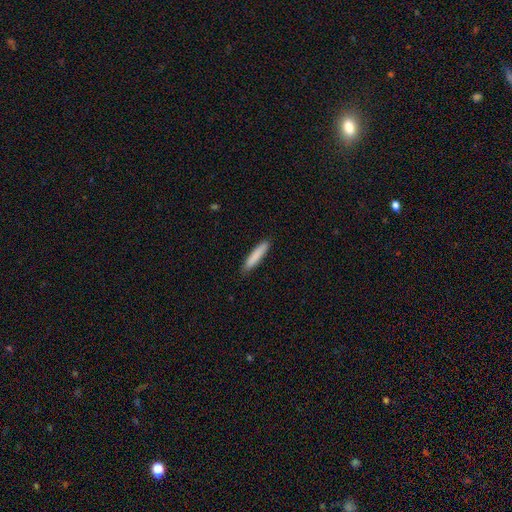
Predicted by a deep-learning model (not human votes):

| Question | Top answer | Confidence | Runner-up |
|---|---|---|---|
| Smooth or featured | smooth | 85% | featured or disk (9%) |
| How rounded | cigar-shaped | 90% | in between (9%) |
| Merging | none | 89% | minor disturbance (8%) |